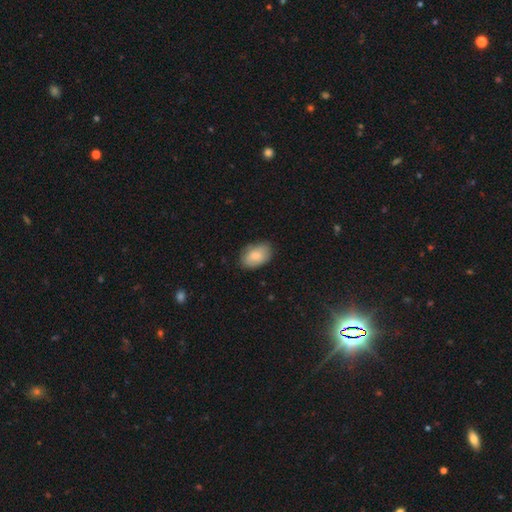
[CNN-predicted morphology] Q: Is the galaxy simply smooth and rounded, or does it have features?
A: smooth — 84%.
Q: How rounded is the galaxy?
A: in between — 91%.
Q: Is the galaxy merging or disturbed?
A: none — 77%.